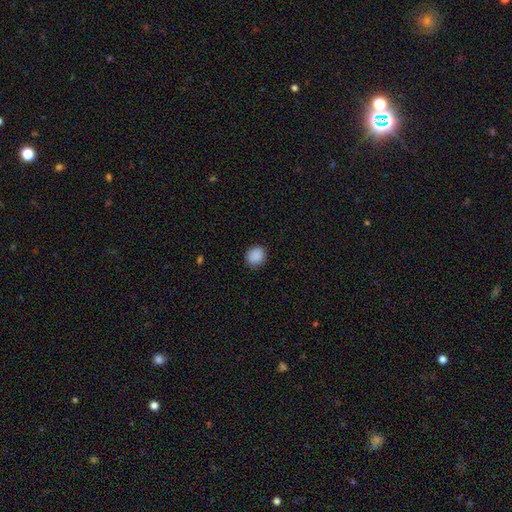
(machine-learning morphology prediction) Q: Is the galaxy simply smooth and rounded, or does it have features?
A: smooth — 89%.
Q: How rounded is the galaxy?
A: round — 71%.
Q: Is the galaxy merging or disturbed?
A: none — 87%.